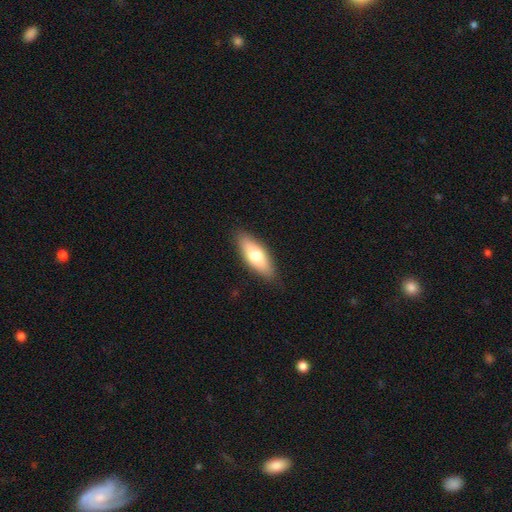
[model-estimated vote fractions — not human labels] Overall: smooth (69%). How rounded: in between (65%; cigar-shaped 32%). Merging: none (87%).